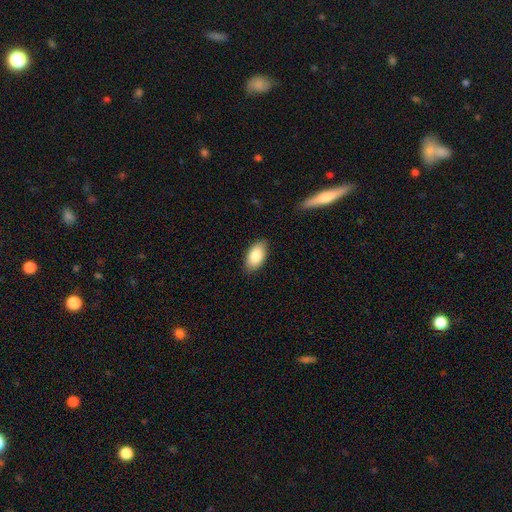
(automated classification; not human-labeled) A smooth galaxy with no disk features (86%) that is in between round and cigar-shaped (94%).

Vote fractions:
- Smooth or featured? smooth: 86% / featured or disk: 8% / star or artifact: 6%
- How rounded? in between: 94% / round: 3% / cigar-shaped: 3%
- Merging? none: 87% / minor disturbance: 10% / major disturbance: 2% / merger: 1%